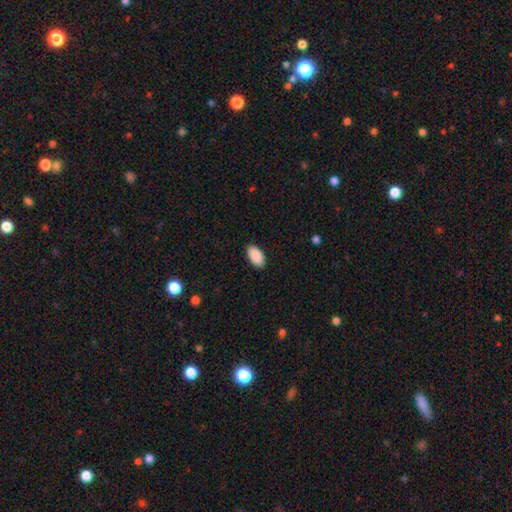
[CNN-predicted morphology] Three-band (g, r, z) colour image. It shows a smooth galaxy with no disk features (90%) that is in between round and cigar-shaped (96%). Merging: none (89%).